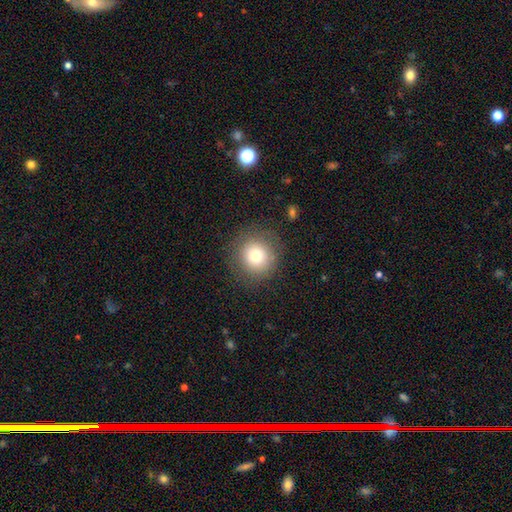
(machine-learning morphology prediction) Overall: smooth (77%). How rounded: round (92%). Merging: none (85%).